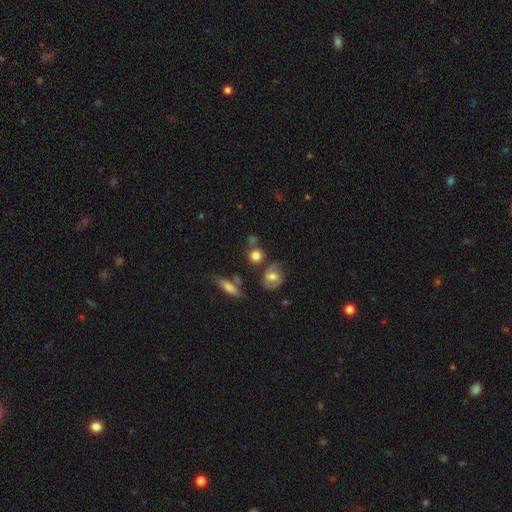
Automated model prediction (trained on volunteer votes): Morphology: type=smooth (76%); roundness=round (79%); merging=none (63%).